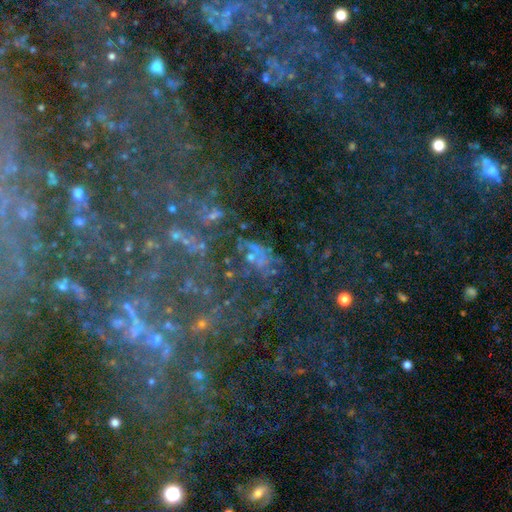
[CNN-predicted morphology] A star or artifact, not a galaxy (47%).

Vote fractions:
- Smooth or featured? star or artifact: 47% / featured or disk: 32% / smooth: 21%